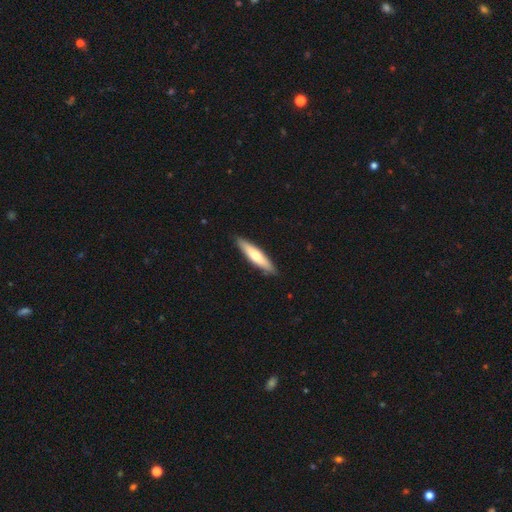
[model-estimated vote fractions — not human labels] The model was most divided on "smooth or featured": smooth: 58%, featured or disk: 37%, star or artifact: 5%. More confident: merging — none (89%); how rounded — cigar-shaped (81%).